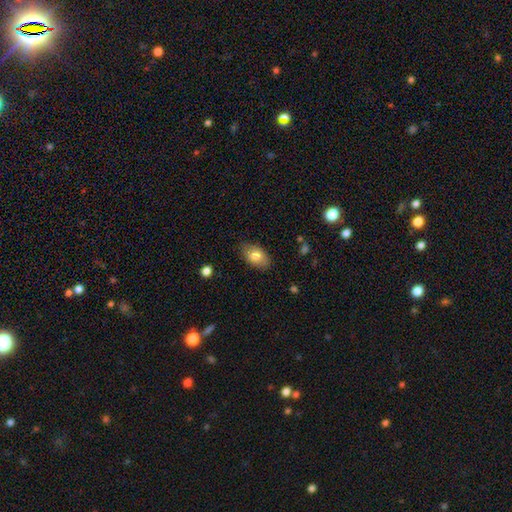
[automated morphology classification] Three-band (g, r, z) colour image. It shows a smooth galaxy with no disk features (80%) that is in between round and cigar-shaped (91%). Merging: none (82%).